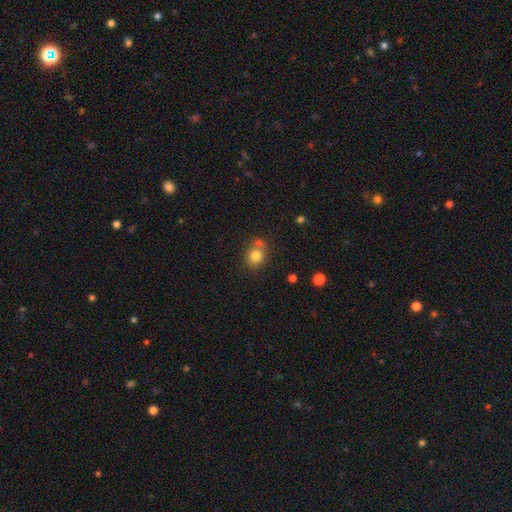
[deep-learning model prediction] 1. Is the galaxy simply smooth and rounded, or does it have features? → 80% smooth, 11% star or artifact, 9% featured or disk.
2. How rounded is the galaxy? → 69% round, 30% in between, 1% cigar-shaped.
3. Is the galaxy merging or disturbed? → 60% none, 22% merger, 14% minor disturbance, 4% major disturbance.